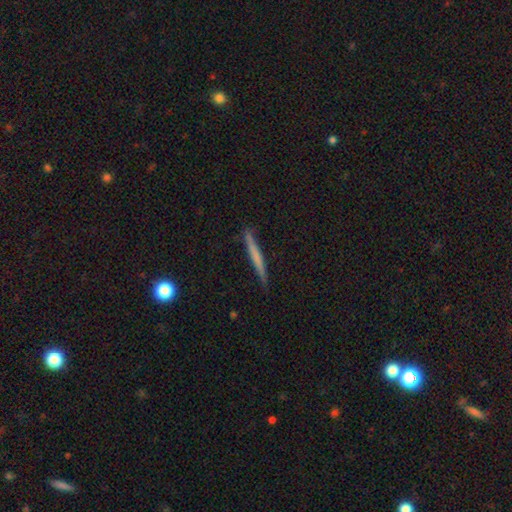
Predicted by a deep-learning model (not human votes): smooth_or_featured: smooth (p=0.57) [alt: featured or disk p=0.37]
how_rounded: cigar-shaped (p=0.96) [alt: in between p=0.02]
merging: none (p=0.87) [alt: minor disturbance p=0.10]